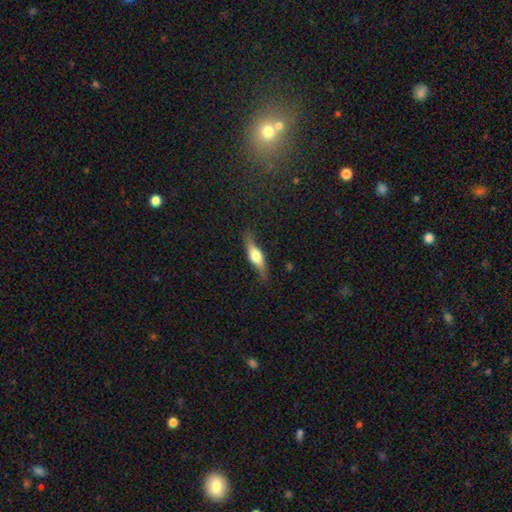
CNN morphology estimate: Q: Smooth or featured?
A: featured or disk (58%); runner-up: smooth (36%)
Q: Edge-on disk?
A: yes (84%); runner-up: no (16%)
Q: Merging?
A: none (77%); runner-up: minor disturbance (17%)